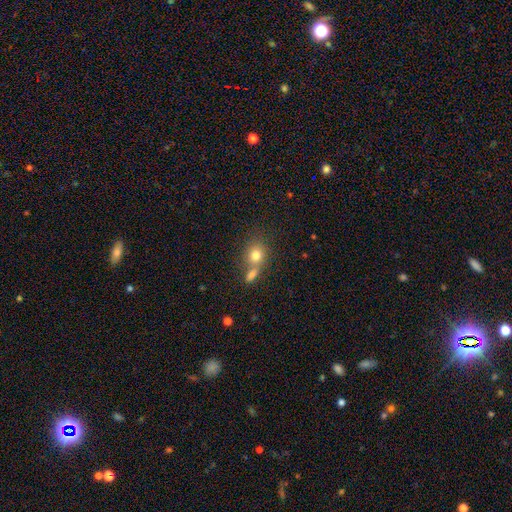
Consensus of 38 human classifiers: This is clearly a smooth galaxy (82%). How rounded: likely round (74%). Merging: possibly none (51%).